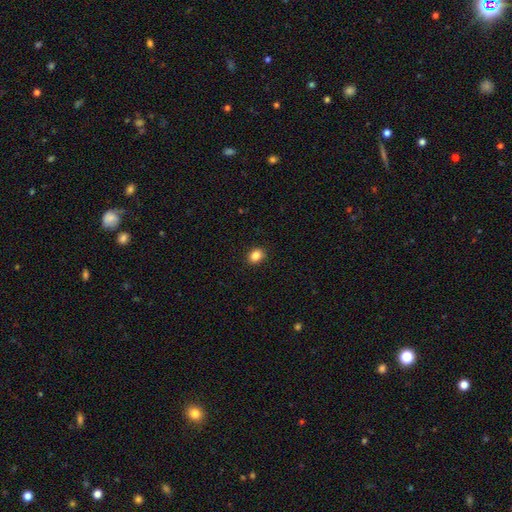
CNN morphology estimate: type=smooth (86%); roundness=in between (56%); merging=none (90%).